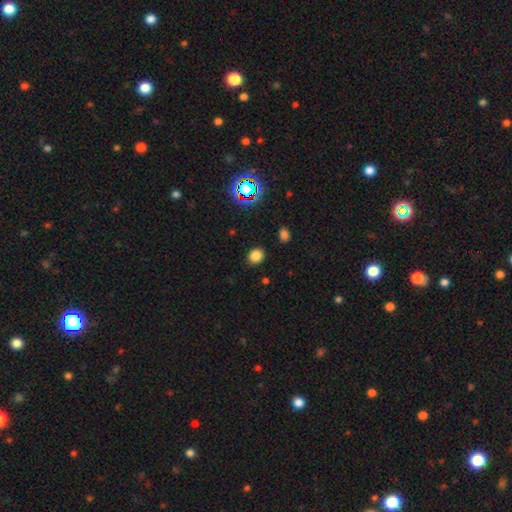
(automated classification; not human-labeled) This appears to be a smooth galaxy with no disk features (79%) that is round (66%). Merging: none (89%).